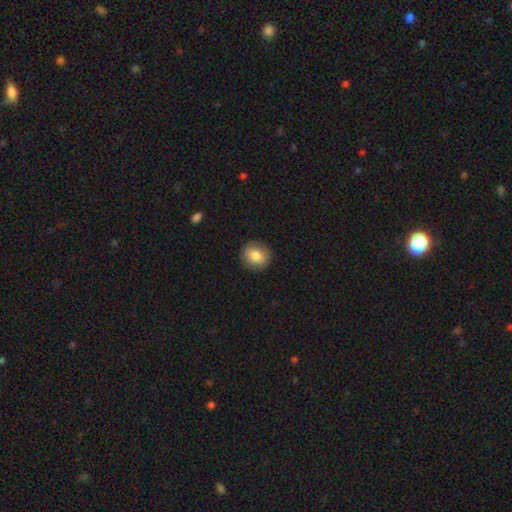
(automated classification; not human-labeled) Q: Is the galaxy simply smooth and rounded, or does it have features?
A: smooth — 82%.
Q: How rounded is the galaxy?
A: round — 82%.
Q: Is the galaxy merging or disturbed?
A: none — 90%.